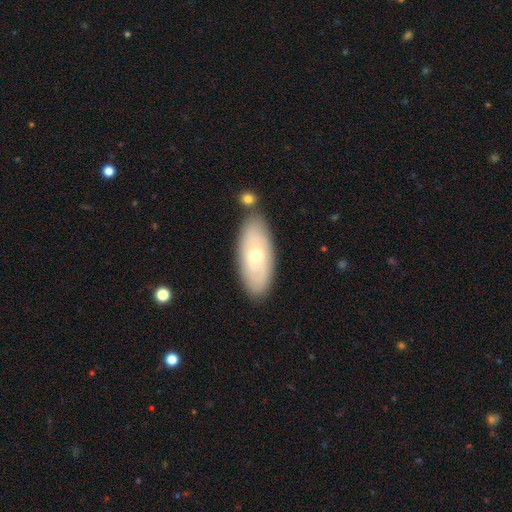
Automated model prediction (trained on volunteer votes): A smooth galaxy with no disk features (51%) that is in between round and cigar-shaped (84%). Merging: none (77%).